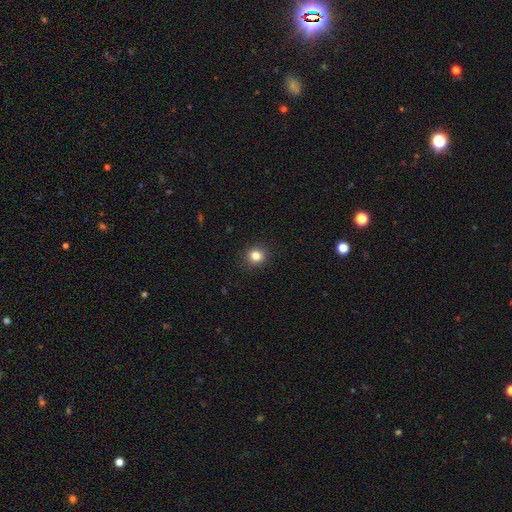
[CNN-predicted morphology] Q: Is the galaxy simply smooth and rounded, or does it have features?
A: smooth — 83%.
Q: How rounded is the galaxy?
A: round — 88%.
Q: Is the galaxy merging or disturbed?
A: none — 91%.